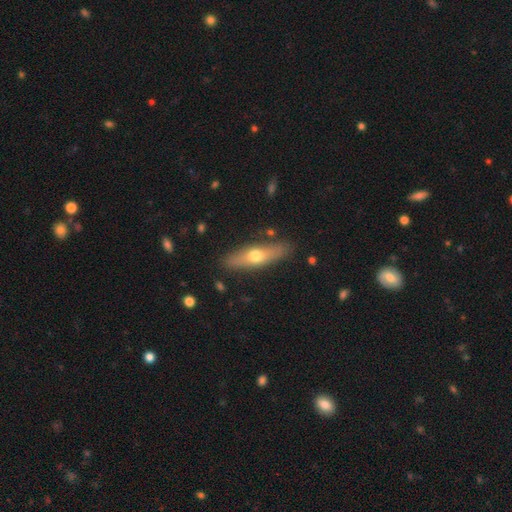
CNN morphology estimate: Smooth or featured? Predicted: smooth (p=0.52). How rounded? Predicted: cigar-shaped (p=0.64). Merging? Predicted: none (p=0.85).